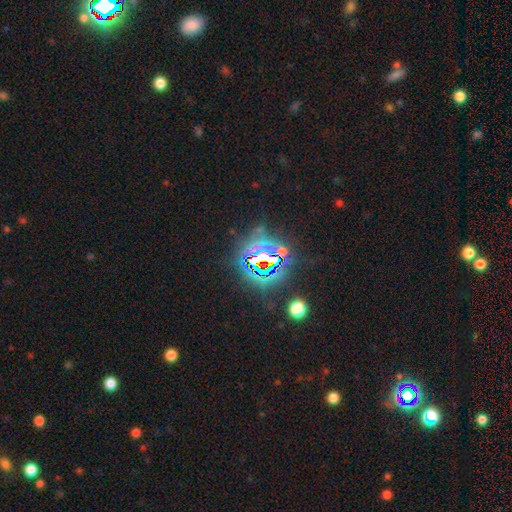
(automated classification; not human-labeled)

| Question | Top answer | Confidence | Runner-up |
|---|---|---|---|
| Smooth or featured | star or artifact | 81% | smooth (11%) |